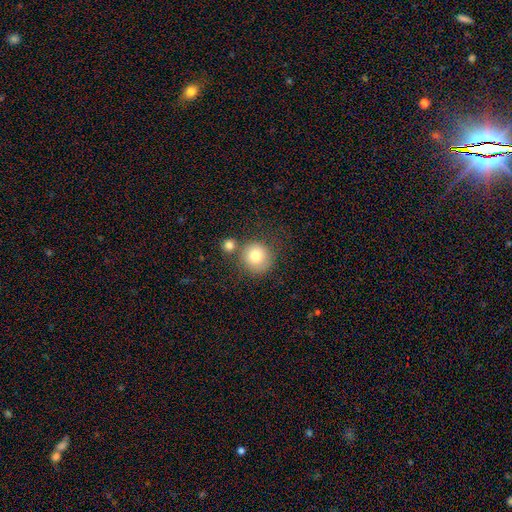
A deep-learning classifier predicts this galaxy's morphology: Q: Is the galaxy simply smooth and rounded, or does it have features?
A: smooth — 79%.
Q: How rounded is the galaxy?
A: round — 92%.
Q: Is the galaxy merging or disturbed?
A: none — 64%.